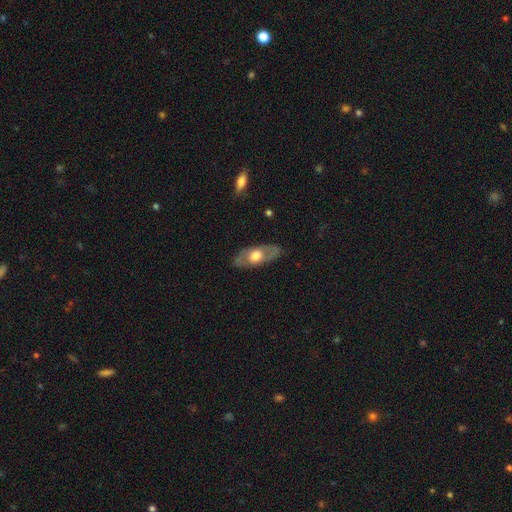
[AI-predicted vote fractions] This appears to be a featured or disk galaxy (57%). Merging: none (82%).